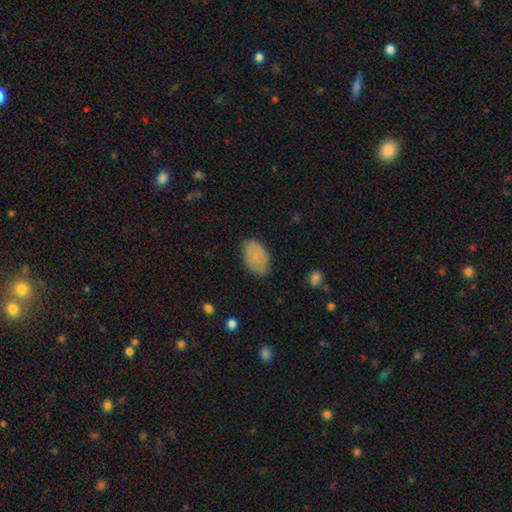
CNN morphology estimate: Smooth or featured: smooth — 72% (featured or disk — 21%)
How rounded: in between — 90% (round — 9%)
Merging: none — 76% (minor disturbance — 19%)